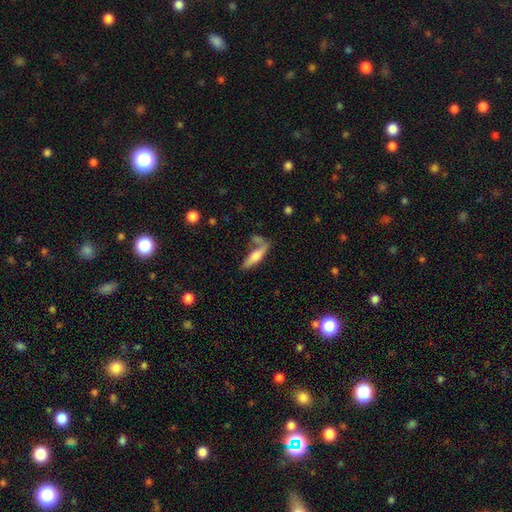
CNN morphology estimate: A smooth galaxy with no disk features (57%) that is cigar-shaped (65%). Merging: none (49%).